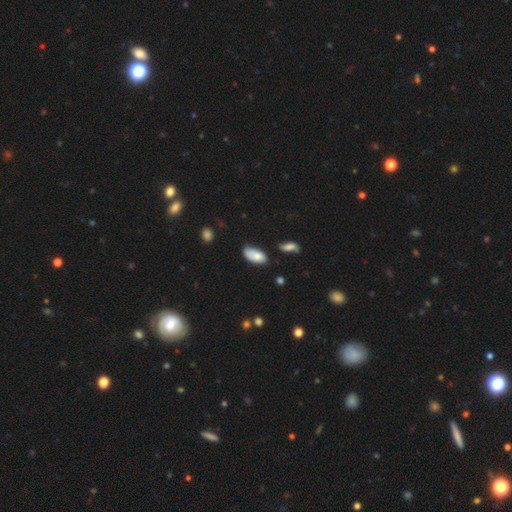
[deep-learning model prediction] Overall: smooth (75%). How rounded: in between (93%). Merging: none (51%; minor disturbance 34%).